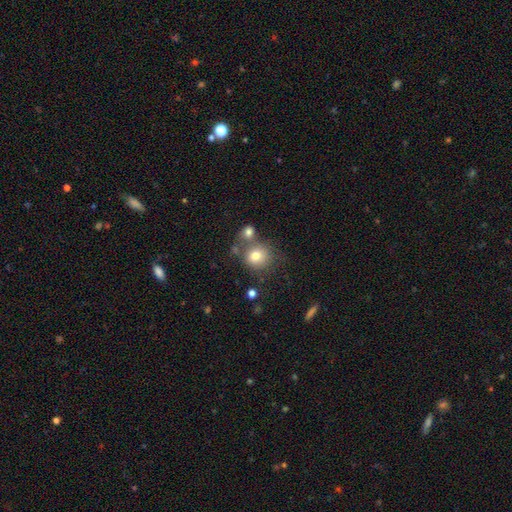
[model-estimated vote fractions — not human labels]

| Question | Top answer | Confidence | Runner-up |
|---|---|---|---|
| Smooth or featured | smooth | 77% | featured or disk (12%) |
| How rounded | round | 83% | in between (16%) |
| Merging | none | 55% | merger (26%) |